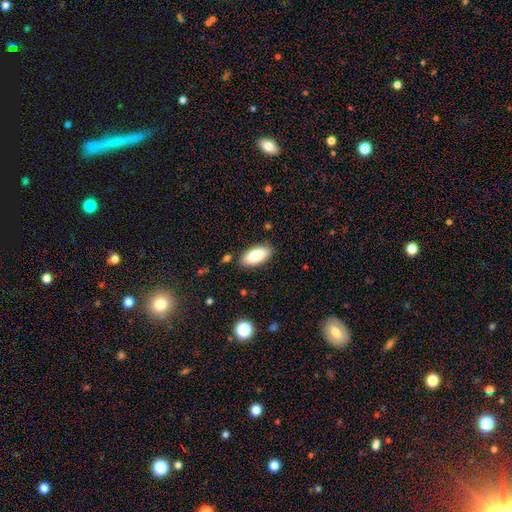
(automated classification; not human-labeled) smooth-or-featured: smooth: 83% | featured or disk: 10% | star or artifact: 7%
  how-rounded: in between: 90% | cigar-shaped: 8% | round: 2%
  merging: none: 86% | minor disturbance: 10% | major disturbance: 2% | merger: 2%